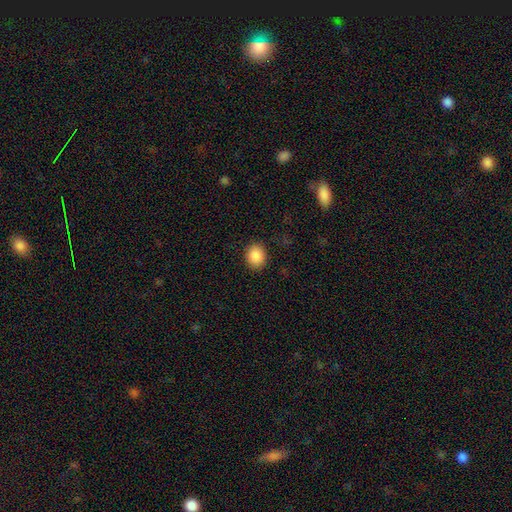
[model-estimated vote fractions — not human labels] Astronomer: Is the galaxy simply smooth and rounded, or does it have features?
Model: smooth — 89%.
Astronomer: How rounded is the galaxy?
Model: round — 53% (runner-up: in between, 46%).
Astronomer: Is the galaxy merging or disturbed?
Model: none — 89%.